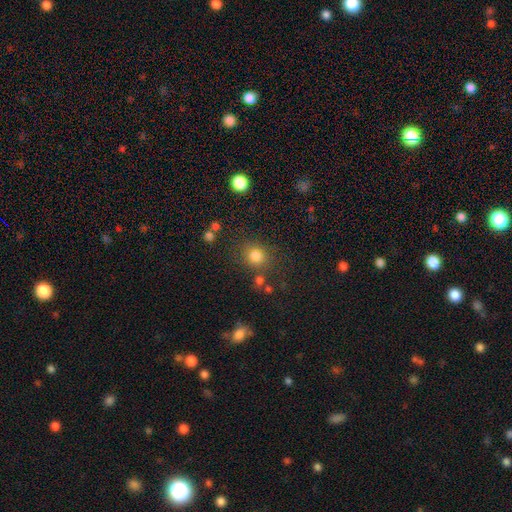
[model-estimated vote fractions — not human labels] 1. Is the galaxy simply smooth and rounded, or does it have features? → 79% smooth, 15% star or artifact, 6% featured or disk.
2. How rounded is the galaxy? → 81% round, 18% in between, 1% cigar-shaped.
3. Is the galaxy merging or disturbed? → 74% none, 12% minor disturbance, 8% merger, 6% major disturbance.